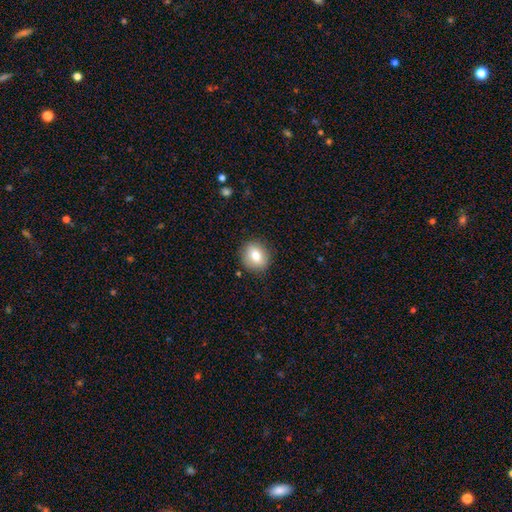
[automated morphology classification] Smooth or featured?
  - smooth: 75% *
  - featured or disk: 16%
  - star or artifact: 9%
How rounded?
  - round: 71% *
  - in between: 28%
  - cigar-shaped: 1%
Merging?
  - none: 87% *
  - minor disturbance: 9%
  - major disturbance: 2%
  - merger: 1%